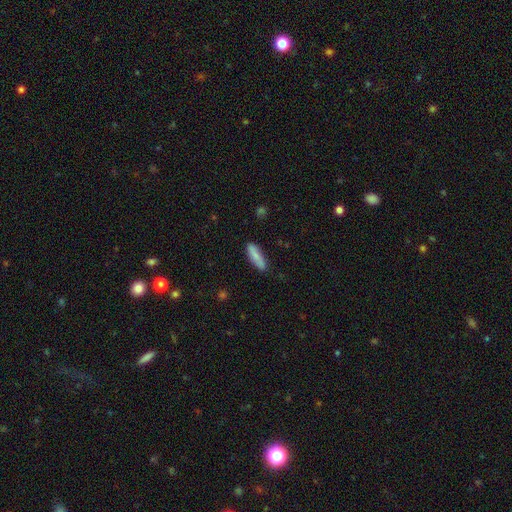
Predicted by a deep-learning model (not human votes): Q: Smooth or featured?
A: smooth (80%); runner-up: featured or disk (14%)
Q: How rounded?
A: cigar-shaped (62%); runner-up: in between (36%)
Q: Merging?
A: none (84%); runner-up: minor disturbance (12%)